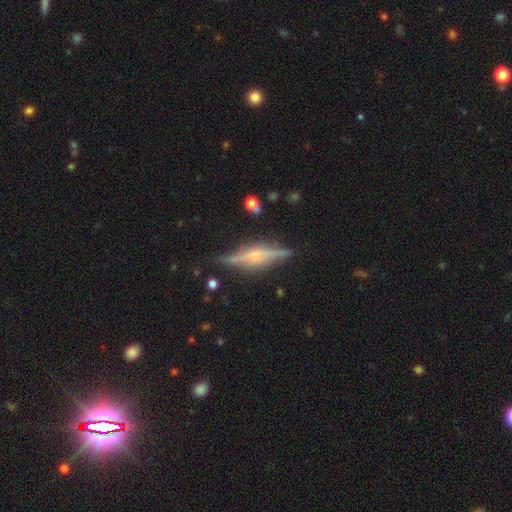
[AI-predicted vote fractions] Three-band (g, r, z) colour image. It shows a featured or disk galaxy (78%) viewed edge-on (96%) with a rounded central bulge (63%). Merging: none (81%).